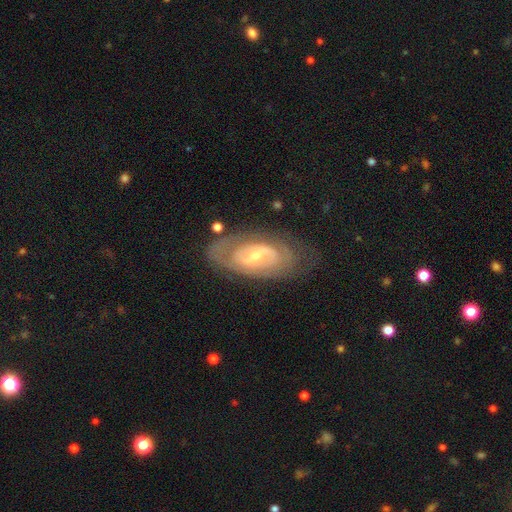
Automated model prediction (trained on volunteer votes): smooth-or-featured: featured or disk: 81% | smooth: 13% | star or artifact: 6%
  disk-edge-on: no: 93% | yes: 7%
    bar: weak: 47% | no: 32% | strong: 20%
    has-spiral-arms: yes: 87% | no: 13%
      spiral-winding: tight: 58% | medium: 32% | loose: 10%
      spiral-arm-count: 2: 53% | can't tell: 31% | 3: 6% | 1: 5% | 4: 3% | more than 4: 2%
    bulge-size: small: 57% | moderate: 39% | large: 2% | none: 1% | dominant: 1%
  merging: none: 70% | minor disturbance: 19% | major disturbance: 9% | merger: 2%